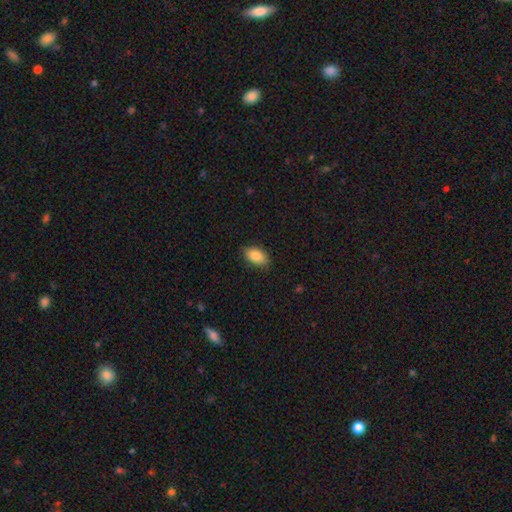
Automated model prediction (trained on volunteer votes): Smooth or featured? smooth (87%)
How rounded? in between (92%)
Merging? none (84%)